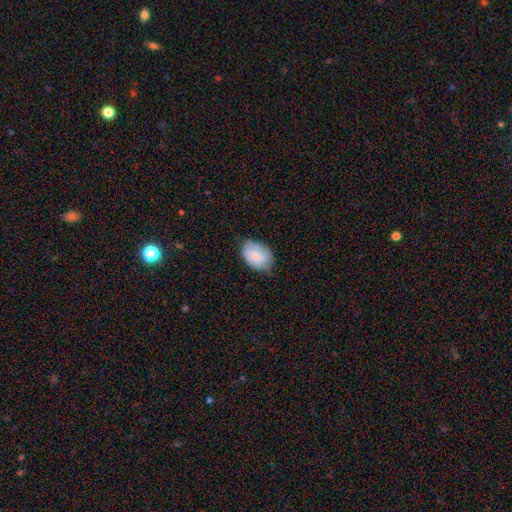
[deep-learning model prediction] The model was most divided on "merging": none: 69%, minor disturbance: 25%, major disturbance: 5%, merger: 1%. More confident: how rounded — in between (85%); smooth or featured — smooth (79%).